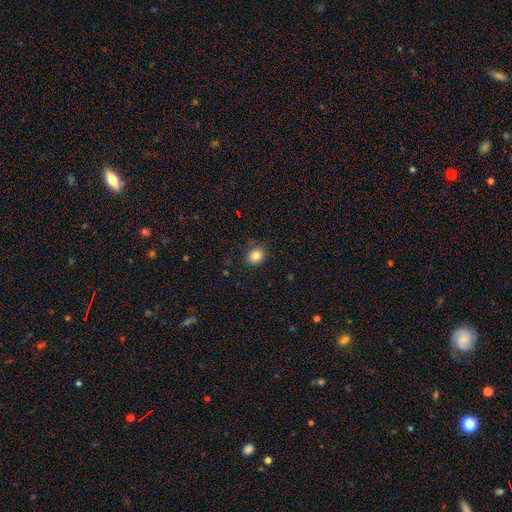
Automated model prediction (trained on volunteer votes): Smooth or featured: smooth — 85% (star or artifact — 11%)
How rounded: round — 75% (in between — 24%)
Merging: none — 84% (minor disturbance — 11%)